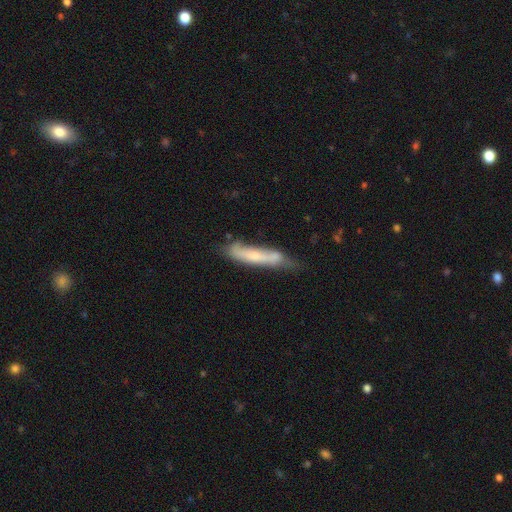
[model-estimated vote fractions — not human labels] smooth-or-featured: smooth: 49% | featured or disk: 44% | star or artifact: 7%
  merging: none: 49% | minor disturbance: 32% | major disturbance: 11% | merger: 8%